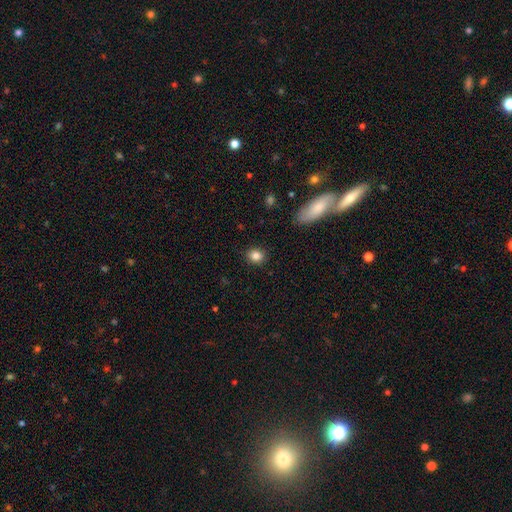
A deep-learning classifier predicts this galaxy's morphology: Smooth or featured? Predicted: smooth (p=0.86). How rounded? Predicted: round (p=0.66). Merging? Predicted: none (p=0.88).